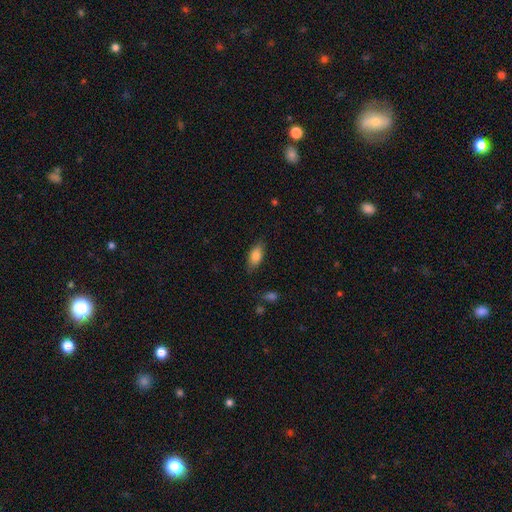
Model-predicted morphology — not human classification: Q: Smooth or featured?
A: smooth (83%); runner-up: featured or disk (10%)
Q: How rounded?
A: in between (87%); runner-up: cigar-shaped (10%)
Q: Merging?
A: none (81%); runner-up: minor disturbance (14%)